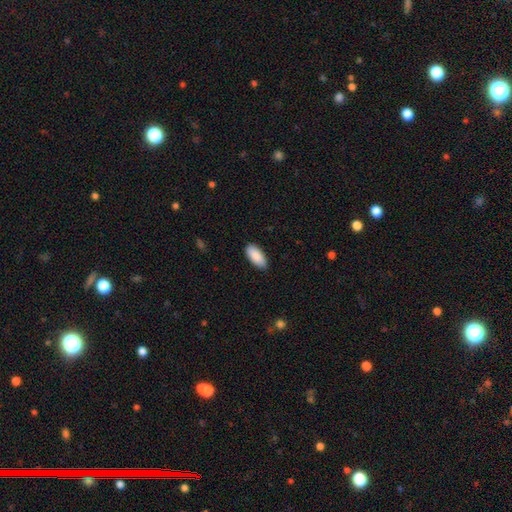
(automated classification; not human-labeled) This is clearly a smooth galaxy (90%). How rounded: clearly in between (90%). Merging: clearly none (87%).